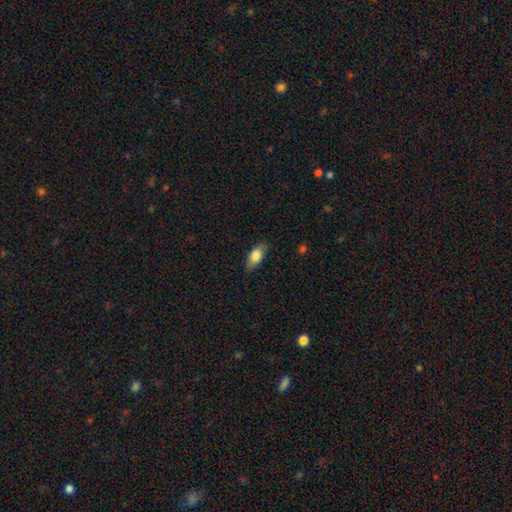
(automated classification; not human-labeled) smooth_or_featured: smooth (p=0.75) [alt: featured or disk p=0.19]
how_rounded: in between (p=0.81) [alt: cigar-shaped p=0.14]
merging: none (p=0.78) [alt: minor disturbance p=0.18]